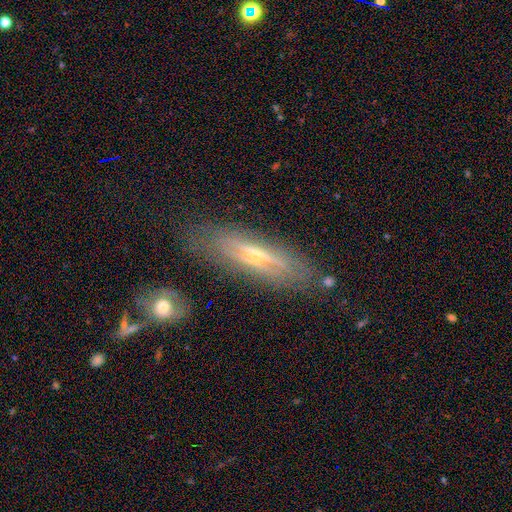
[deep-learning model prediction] Smooth or featured? featured or disk (62%)
Edge-on disk? yes (62%)
Merging? none (79%)